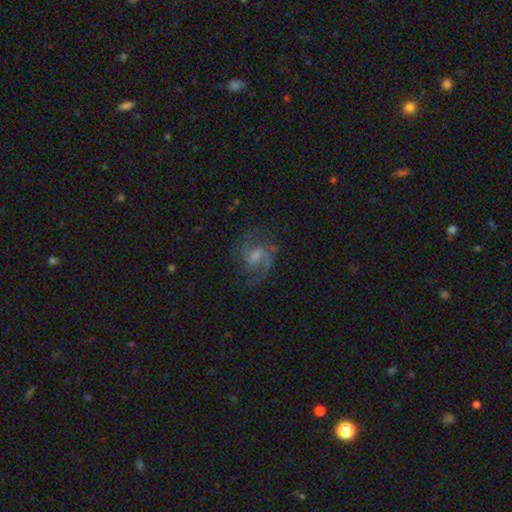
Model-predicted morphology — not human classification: Smooth or featured?
  - featured or disk: 79% *
  - smooth: 11%
  - star or artifact: 10%
Edge-on disk?
  - no: 97% *
  - yes: 3%
Bar?
  - weak: 56% *
  - no: 29%
  - strong: 15%
Spiral arms?
  - yes: 95% *
  - no: 5%
Spiral winding?
  - medium: 57% *
  - loose: 24%
  - tight: 19%
Spiral arm count?
  - 2: 76% *
  - can't tell: 9%
  - 3: 8%
  - 1: 3%
  - 4: 2%
  - more than 4: 2%
Bulge size?
  - moderate: 37% *
  - small: 33%
  - none: 20%
  - large: 8%
  - dominant: 1%
Merging?
  - none: 71% *
  - minor disturbance: 16%
  - major disturbance: 11%
  - merger: 2%